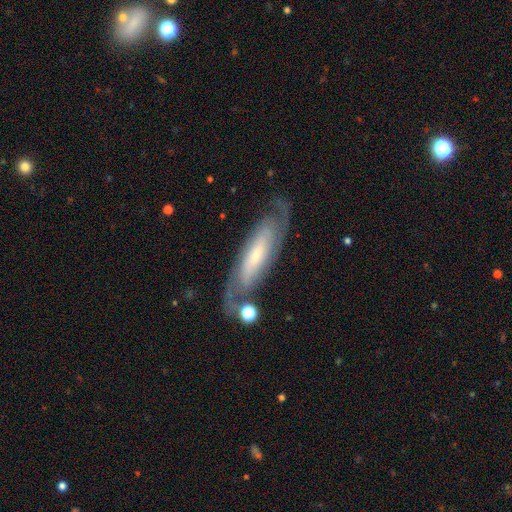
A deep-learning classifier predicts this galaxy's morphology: Smooth or featured? featured or disk (76%)
Edge-on disk? no (80%)
Bar? no (51%)
Spiral arms? yes (92%)
Spiral winding? tight (51%)
Spiral arm count? 2 (68%)
Bulge size? small (62%)
Merging? none (73%)